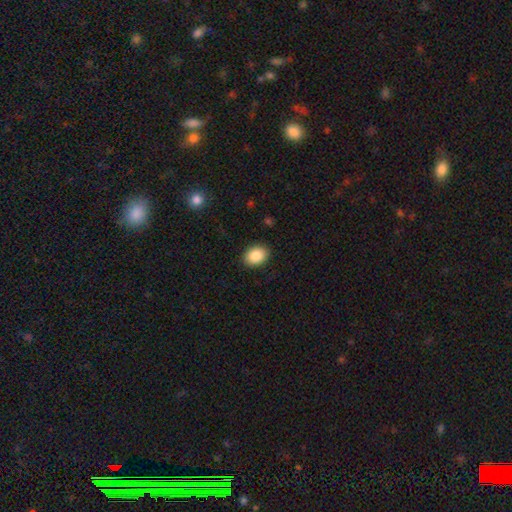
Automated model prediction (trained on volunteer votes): Q: Smooth or featured?
A: smooth (88%); runner-up: star or artifact (7%)
Q: How rounded?
A: in between (72%); runner-up: round (28%)
Q: Merging?
A: none (89%); runner-up: minor disturbance (8%)